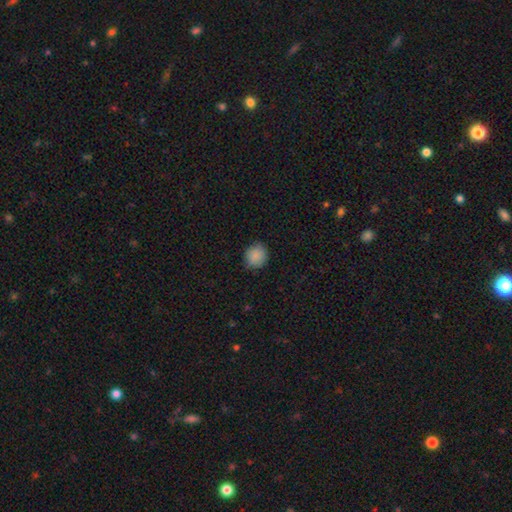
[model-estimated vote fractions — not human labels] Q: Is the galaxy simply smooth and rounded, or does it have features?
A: smooth — 88%.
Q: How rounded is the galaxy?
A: round — 85%.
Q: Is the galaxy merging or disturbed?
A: none — 84%.